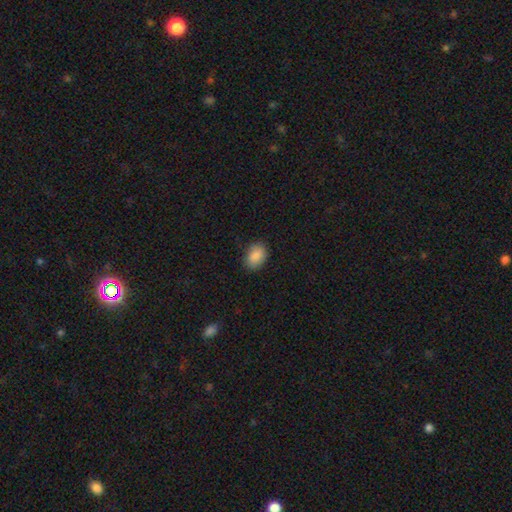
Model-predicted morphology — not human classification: This appears to be a smooth galaxy with no disk features (88%) that is in between round and cigar-shaped (80%). Merging: none (83%).